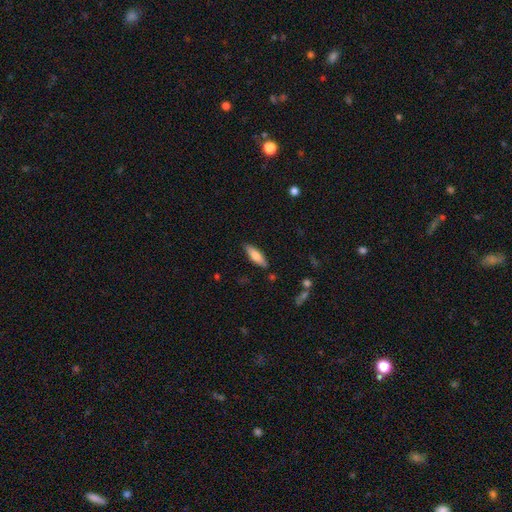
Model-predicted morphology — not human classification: smooth_or_featured: smooth (p=0.73) [alt: featured or disk p=0.21]
how_rounded: cigar-shaped (p=0.50) [alt: in between p=0.48]
merging: none (p=0.84) [alt: minor disturbance p=0.12]